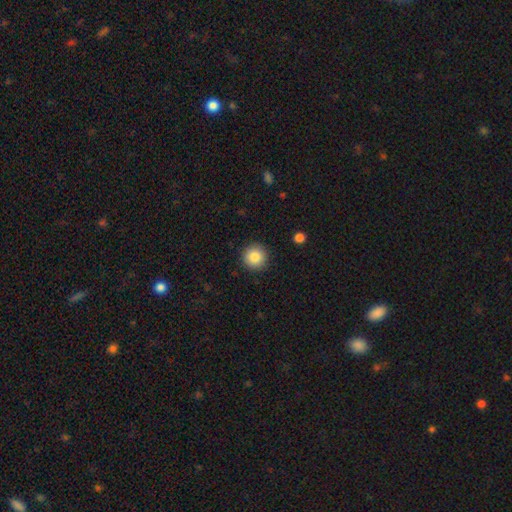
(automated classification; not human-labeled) Smooth or featured? Predicted: smooth (p=0.85). How rounded? Predicted: round (p=0.95). Merging? Predicted: none (p=0.92).